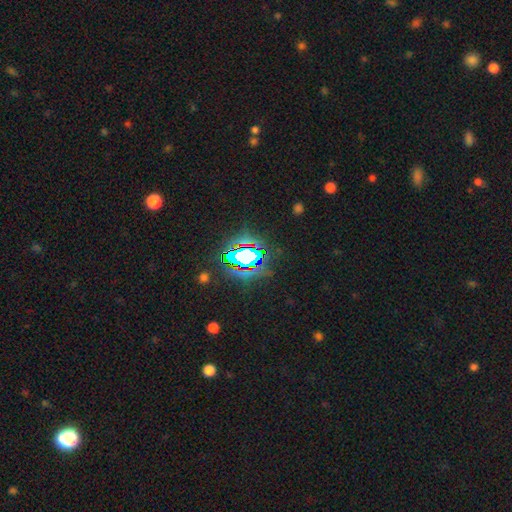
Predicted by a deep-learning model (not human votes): Smooth or featured? star or artifact (82%)